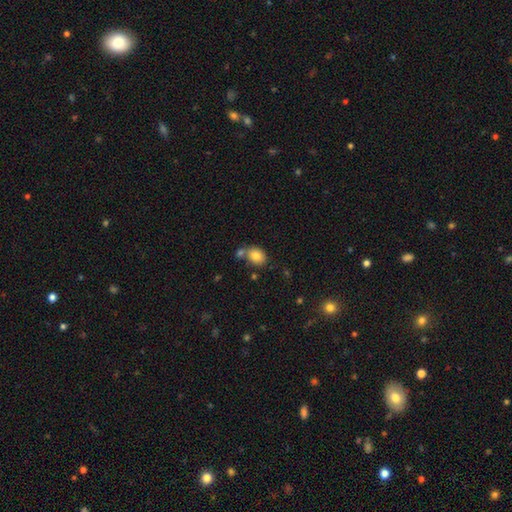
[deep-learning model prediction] smooth-or-featured: smooth: 82% | star or artifact: 9% | featured or disk: 9%
  how-rounded: in between: 61% | round: 38% | cigar-shaped: 1%
  merging: none: 54% | merger: 28% | minor disturbance: 14% | major disturbance: 4%